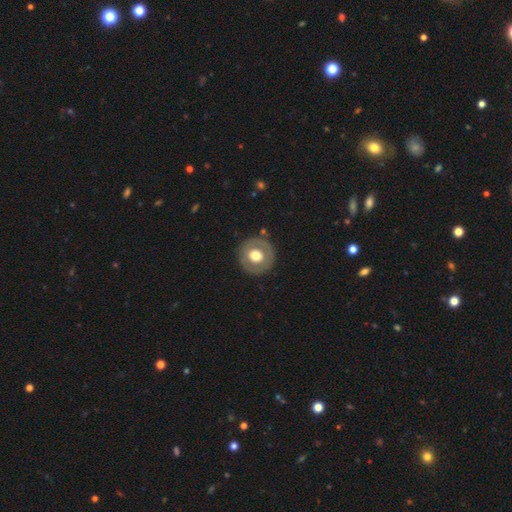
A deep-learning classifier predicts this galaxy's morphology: type=smooth (53%); roundness=round (93%); merging=none (87%).